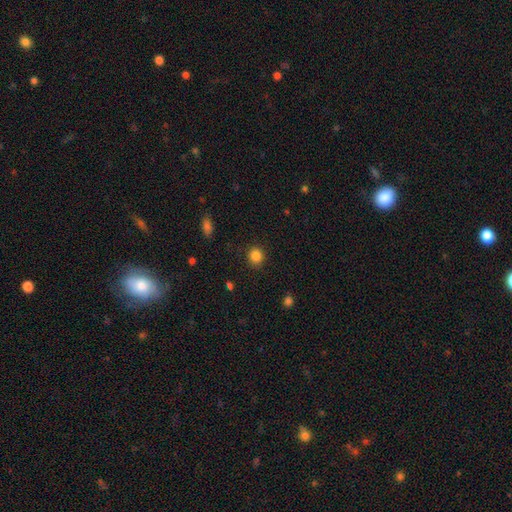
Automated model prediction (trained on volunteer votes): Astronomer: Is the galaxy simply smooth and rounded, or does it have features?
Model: smooth — 85%.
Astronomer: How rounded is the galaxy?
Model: round — 85%.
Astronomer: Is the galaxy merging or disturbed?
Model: none — 89%.